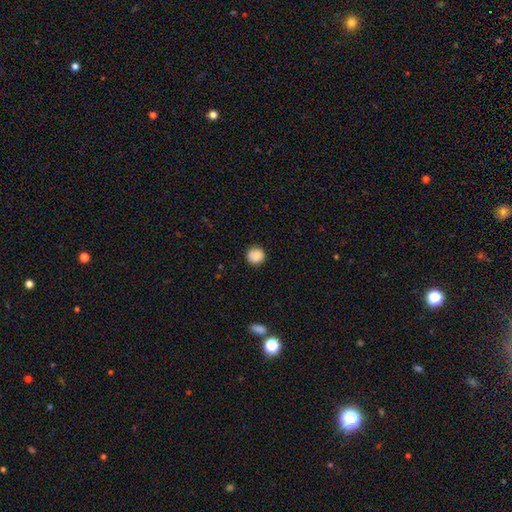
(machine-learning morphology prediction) Overall: smooth (87%). How rounded: round (92%). Merging: none (86%).